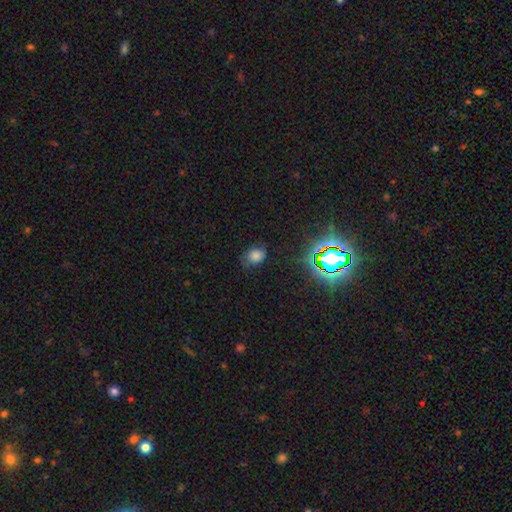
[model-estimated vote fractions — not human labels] The model was most divided on "how rounded": in between: 53%, round: 46%, cigar-shaped: 1%. More confident: smooth or featured — smooth (71%); merging — none (65%).